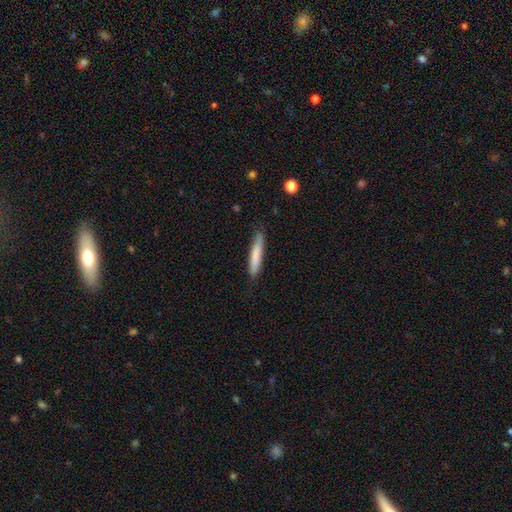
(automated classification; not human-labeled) smooth_or_featured: smooth (p=0.77) [alt: featured or disk p=0.18]
how_rounded: cigar-shaped (p=0.93) [alt: in between p=0.06]
merging: none (p=0.82) [alt: minor disturbance p=0.14]